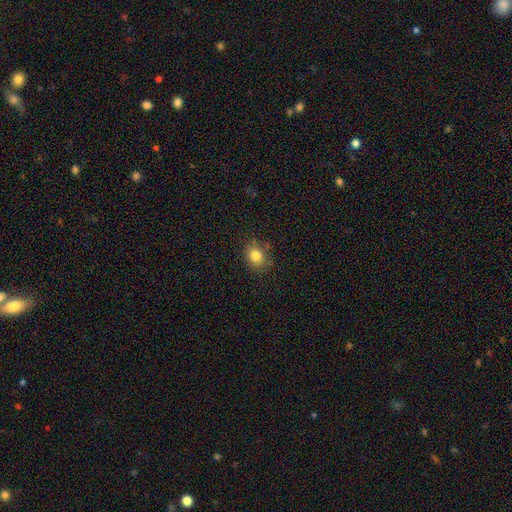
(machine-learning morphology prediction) This appears to be a smooth galaxy with no disk features (81%) that is round (57%). Merging: none (79%).